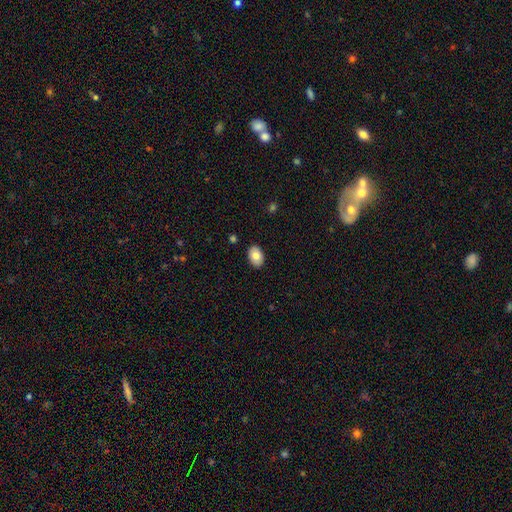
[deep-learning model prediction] A smooth galaxy with no disk features (79%) that is in between round and cigar-shaped (87%). Merging: none (88%).